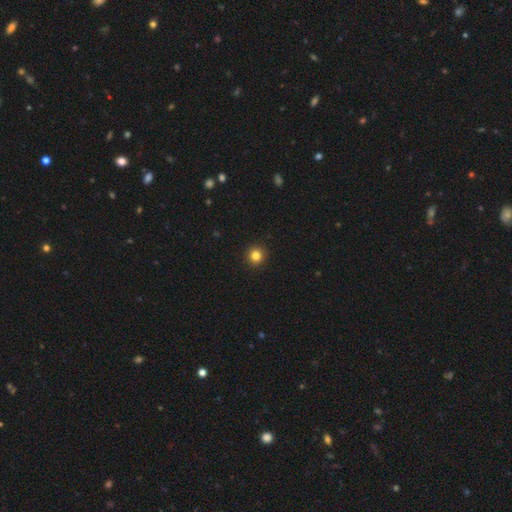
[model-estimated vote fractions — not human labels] This is clearly a smooth galaxy (83%). How rounded: clearly round (95%). Merging: clearly none (93%).